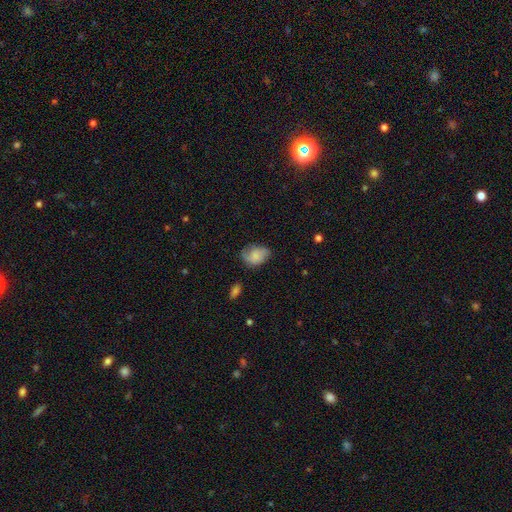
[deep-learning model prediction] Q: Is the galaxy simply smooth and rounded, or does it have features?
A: smooth — 72%.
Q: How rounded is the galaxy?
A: in between — 72%.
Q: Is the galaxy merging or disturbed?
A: none — 54%.